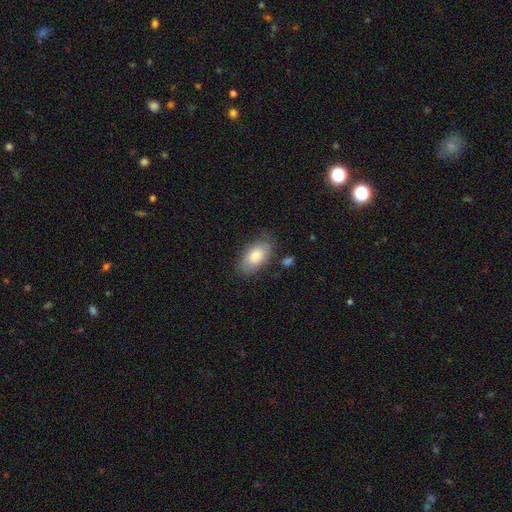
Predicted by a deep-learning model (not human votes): Q: Smooth or featured?
A: smooth (79%); runner-up: featured or disk (15%)
Q: How rounded?
A: in between (93%); runner-up: round (4%)
Q: Merging?
A: none (75%); runner-up: minor disturbance (18%)